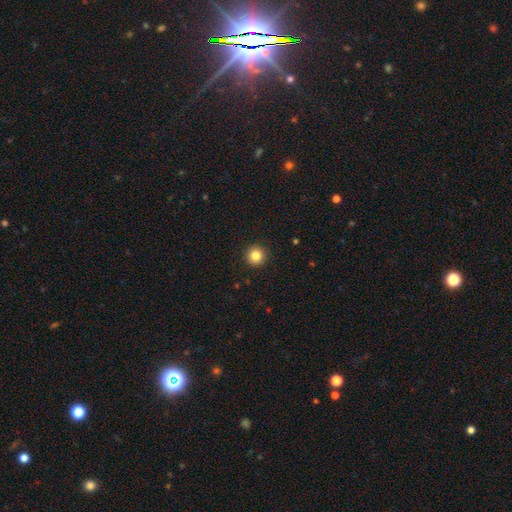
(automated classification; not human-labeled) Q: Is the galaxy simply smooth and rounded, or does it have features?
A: smooth — 84%.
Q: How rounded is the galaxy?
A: round — 96%.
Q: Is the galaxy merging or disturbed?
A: none — 93%.